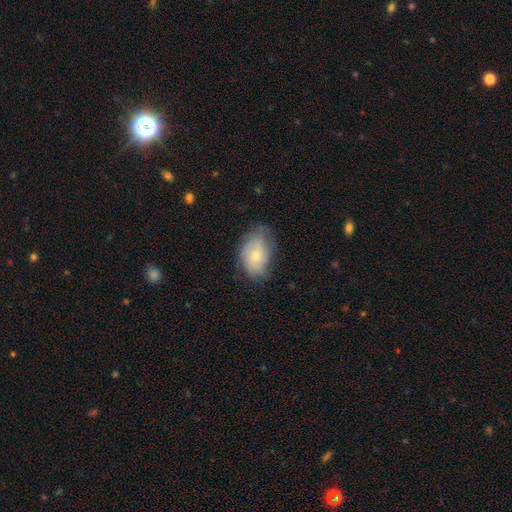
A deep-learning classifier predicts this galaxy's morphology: This is possibly a smooth galaxy (54%). How rounded: likely in between (80%). Merging: likely none (62%).